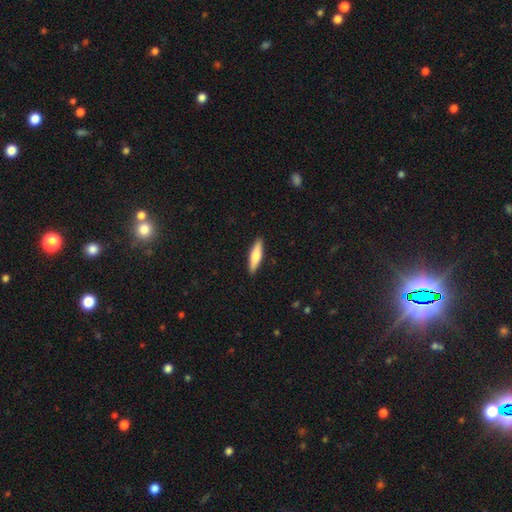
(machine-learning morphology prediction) This is likely a smooth galaxy (67%). How rounded: likely cigar-shaped (70%). Merging: clearly none (90%).